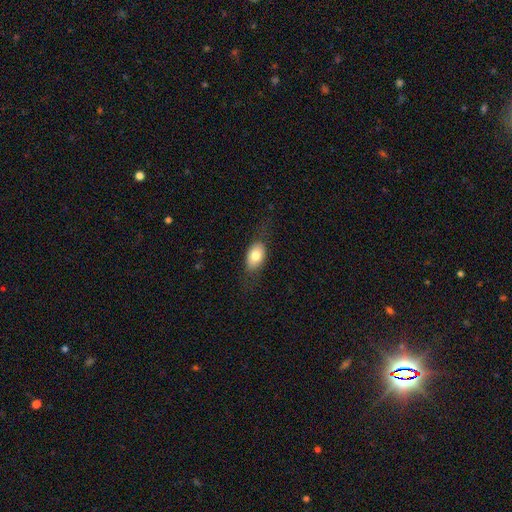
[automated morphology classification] smooth-or-featured: smooth: 76% | featured or disk: 17% | star or artifact: 7%
  how-rounded: in between: 88% | round: 10% | cigar-shaped: 2%
  merging: none: 74% | minor disturbance: 17% | major disturbance: 8% | merger: 1%